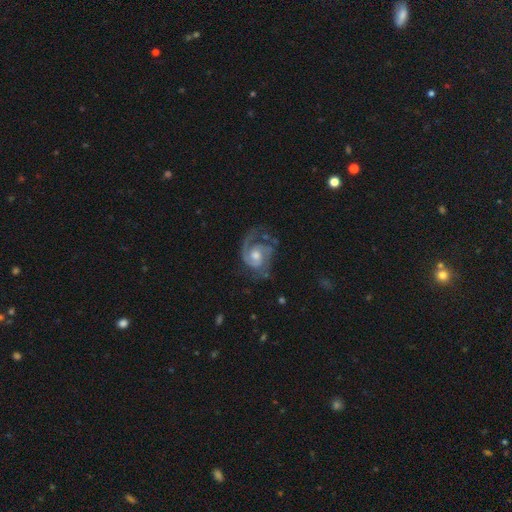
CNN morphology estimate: type=featured or disk (88%); edge-on=no (98%); bar=no (62%); spiral arms=yes (97%); winding=medium (46%); arm count=2 (67%); bulge=moderate (65%); merging=none (59%).